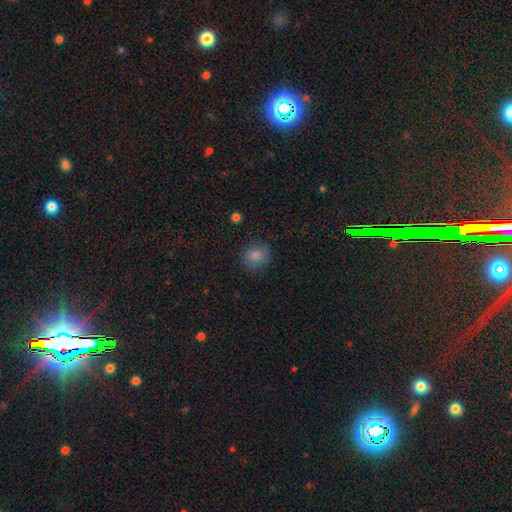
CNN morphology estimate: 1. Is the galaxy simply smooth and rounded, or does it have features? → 84% smooth, 10% star or artifact, 6% featured or disk.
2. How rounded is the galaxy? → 77% round, 22% in between, 1% cigar-shaped.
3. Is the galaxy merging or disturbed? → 81% none, 14% minor disturbance, 4% major disturbance, 1% merger.